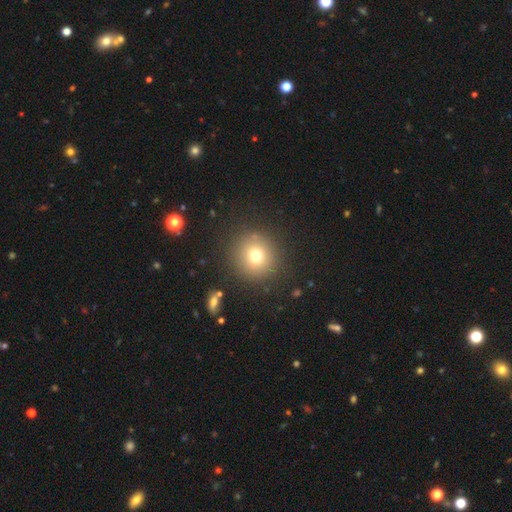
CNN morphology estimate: Smooth or featured?
  - smooth: 72% *
  - star or artifact: 16%
  - featured or disk: 12%
How rounded?
  - round: 94% *
  - in between: 5%
  - cigar-shaped: 1%
Merging?
  - none: 87% *
  - minor disturbance: 7%
  - major disturbance: 3%
  - merger: 2%